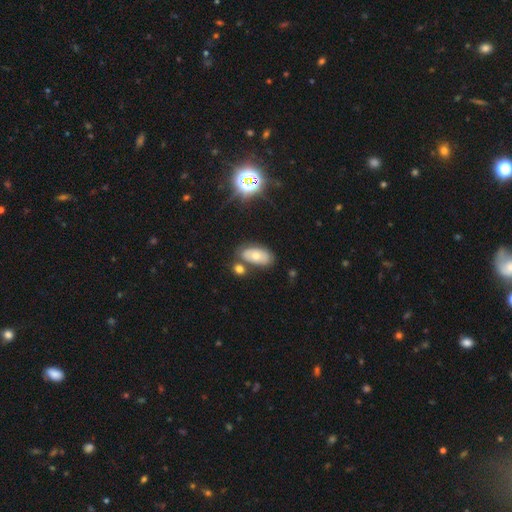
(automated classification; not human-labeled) Q: Smooth or featured?
A: smooth (56%); runner-up: featured or disk (31%)
Q: How rounded?
A: in between (91%); runner-up: round (6%)
Q: Merging?
A: none (69%); runner-up: minor disturbance (14%)